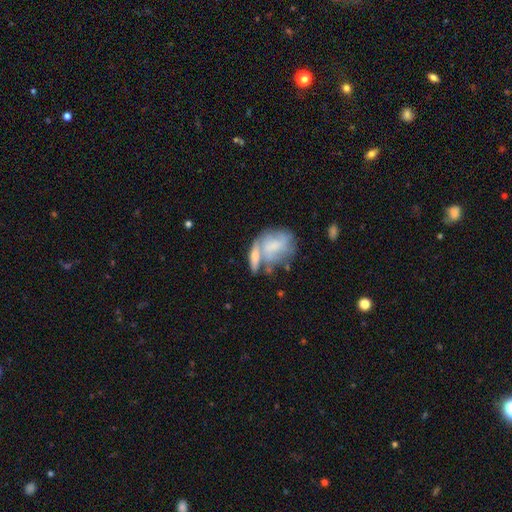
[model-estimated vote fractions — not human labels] Smooth or featured?
  - featured or disk: 46% *
  - smooth: 44%
  - star or artifact: 9%
Merging?
  - merger: 44% *
  - none: 30%
  - minor disturbance: 15%
  - major disturbance: 11%